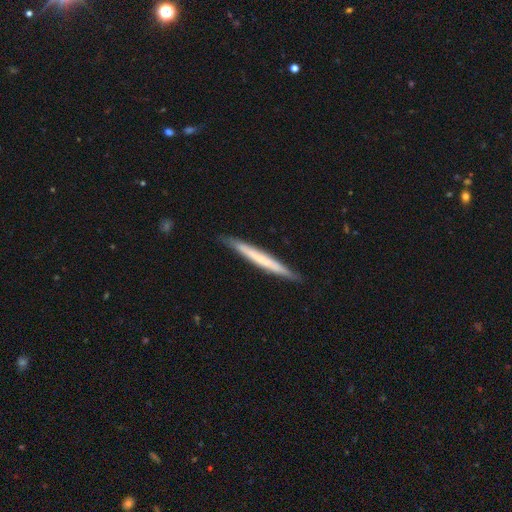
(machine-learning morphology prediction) smooth_or_featured: smooth (p=0.52) [alt: featured or disk p=0.43]
how_rounded: cigar-shaped (p=0.97) [alt: in between p=0.02]
merging: none (p=0.89) [alt: minor disturbance p=0.09]